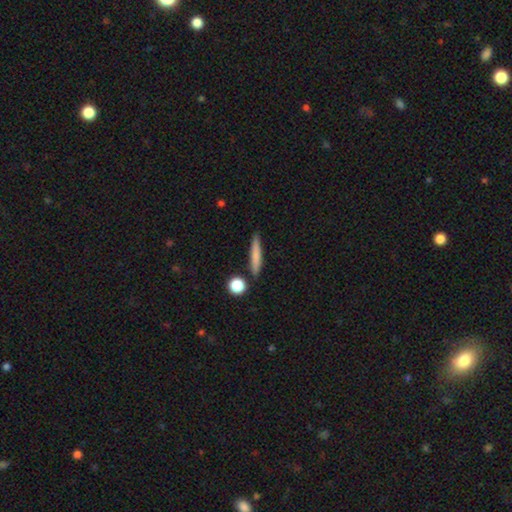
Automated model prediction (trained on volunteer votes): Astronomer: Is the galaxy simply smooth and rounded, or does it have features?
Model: smooth — 75%.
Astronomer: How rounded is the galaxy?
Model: cigar-shaped — 90%.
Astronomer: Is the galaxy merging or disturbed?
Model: none — 84%.